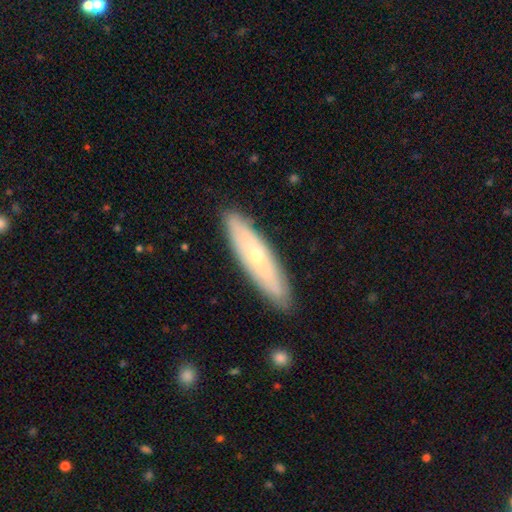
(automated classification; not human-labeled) Q: Smooth or featured?
A: featured or disk (50%); runner-up: smooth (44%)
Q: Edge-on disk?
A: no (50%); tied with: yes (50%)
Q: Merging?
A: none (87%); runner-up: minor disturbance (10%)